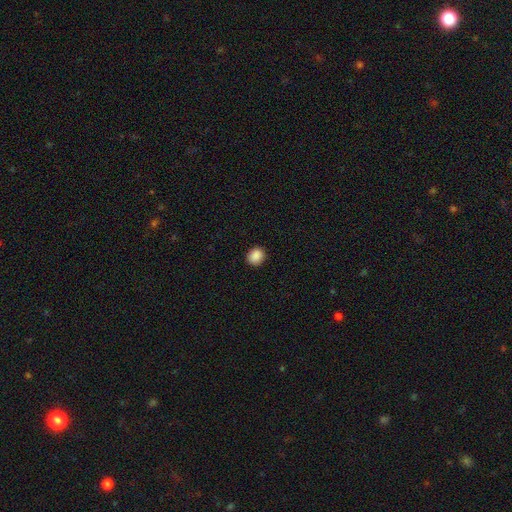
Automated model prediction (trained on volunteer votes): A smooth galaxy with no disk features (89%) that is round (73%). Merging: none (91%).